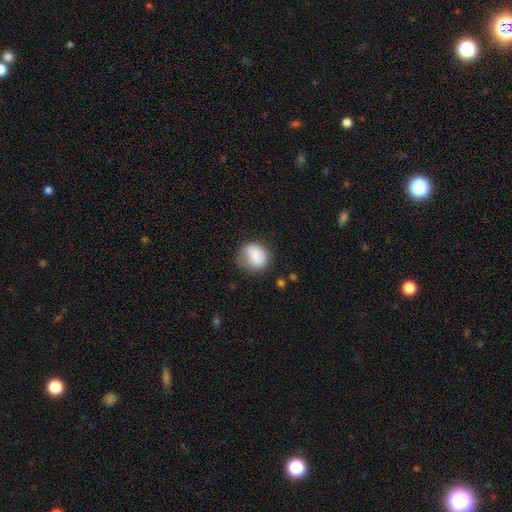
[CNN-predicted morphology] A smooth galaxy with no disk features (77%) that is round (72%). Merging: none (58%).